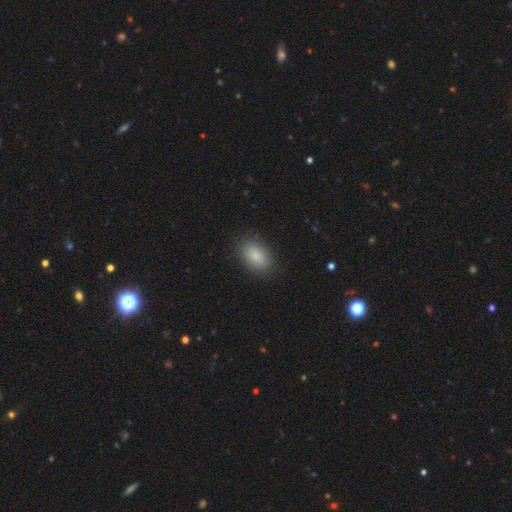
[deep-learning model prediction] Smooth or featured: smooth — 87% (star or artifact — 8%)
How rounded: in between — 87% (round — 11%)
Merging: none — 87% (minor disturbance — 9%)